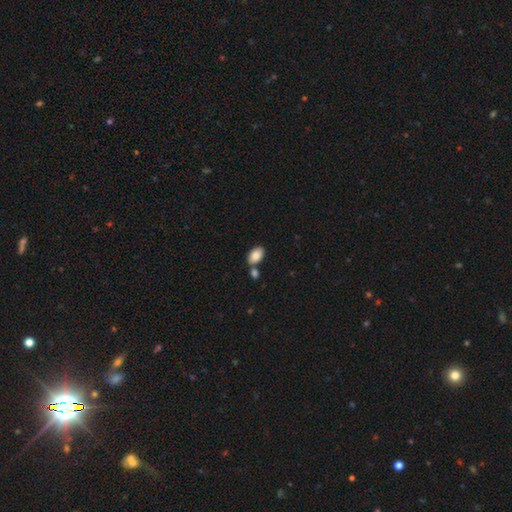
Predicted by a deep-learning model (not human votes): Smooth or featured: smooth — 87% (star or artifact — 7%)
How rounded: in between — 93% (round — 6%)
Merging: none — 61% (merger — 24%)